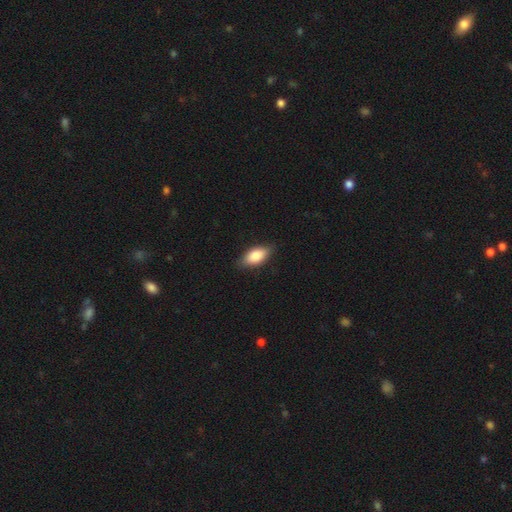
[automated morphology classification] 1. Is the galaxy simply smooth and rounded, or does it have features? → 82% smooth, 11% featured or disk, 6% star or artifact.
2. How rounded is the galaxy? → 89% in between, 8% cigar-shaped, 3% round.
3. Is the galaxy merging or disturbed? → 84% none, 12% minor disturbance, 2% major disturbance, 1% merger.